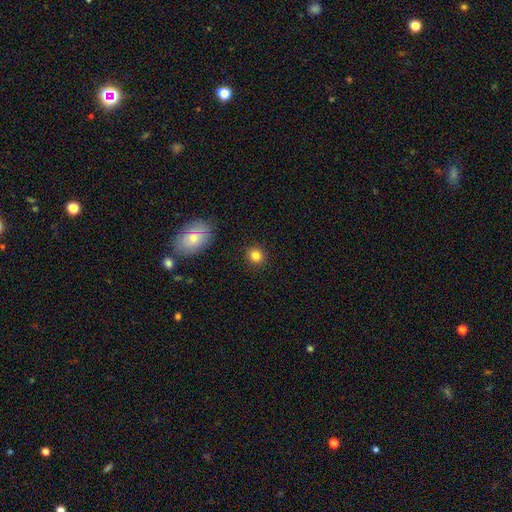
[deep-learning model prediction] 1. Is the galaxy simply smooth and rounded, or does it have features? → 82% smooth, 11% star or artifact, 6% featured or disk.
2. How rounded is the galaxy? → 84% round, 15% in between, 1% cigar-shaped.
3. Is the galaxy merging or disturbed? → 90% none, 7% minor disturbance, 2% major disturbance, 1% merger.